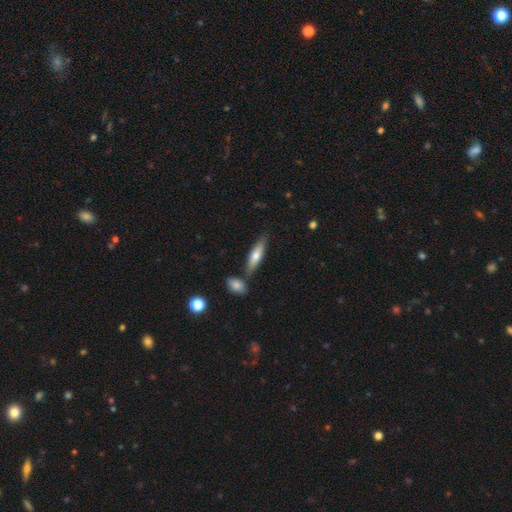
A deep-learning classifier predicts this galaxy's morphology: smooth 64%, featured or disk 31%, star or artifact 6%. Down the decision tree: how rounded — cigar-shaped (65%); merging — none (74%).